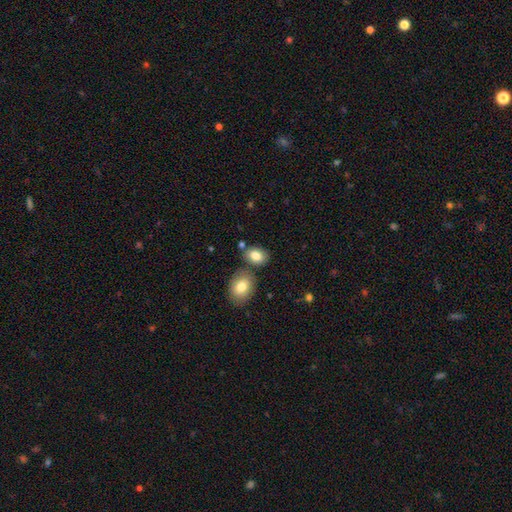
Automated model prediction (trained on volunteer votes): Overall: smooth (83%). How rounded: in between (79%). Merging: none (67%).